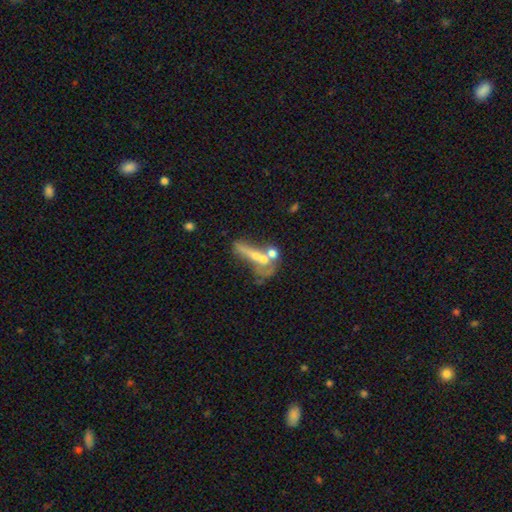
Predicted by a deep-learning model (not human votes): A featured or disk galaxy (50%).

Vote fractions:
- Smooth or featured? featured or disk: 50% / smooth: 38% / star or artifact: 12%
- Merging? merger: 48% / none: 23% / major disturbance: 17% / minor disturbance: 12%